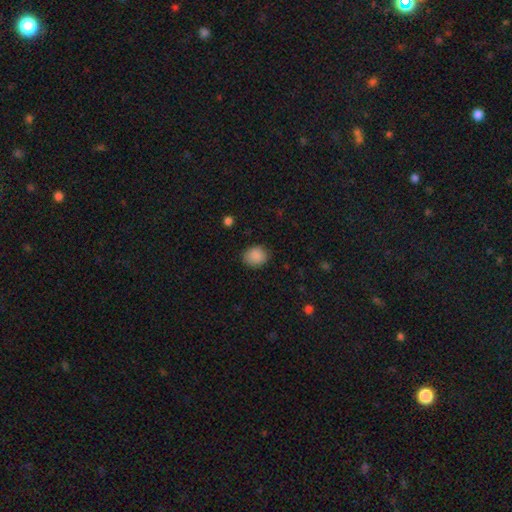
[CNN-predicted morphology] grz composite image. It shows a smooth galaxy with no disk features (88%) that is round (67%). Merging: none (85%).